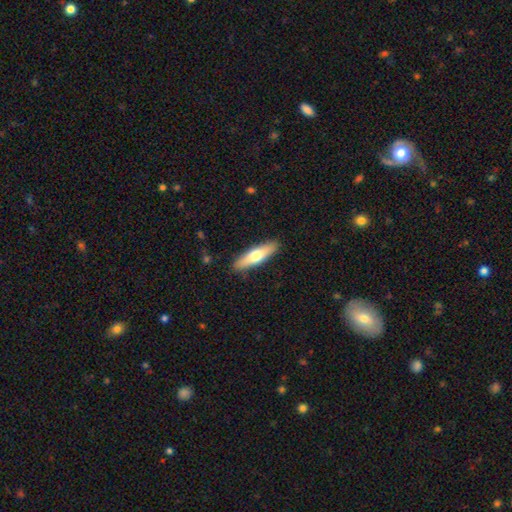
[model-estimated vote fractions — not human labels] Morphology: type=smooth (60%); roundness=cigar-shaped (67%); merging=none (89%).